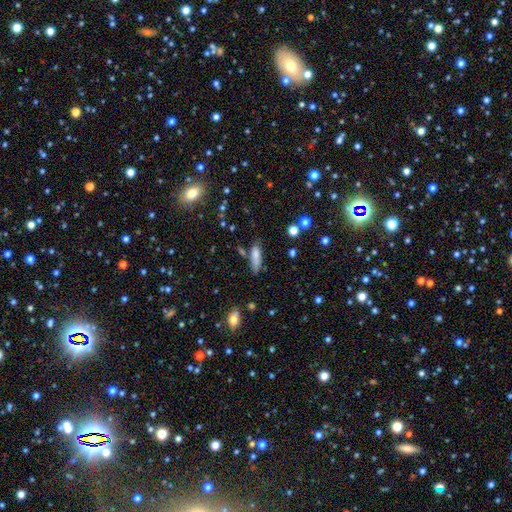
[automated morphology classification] A smooth galaxy with no disk features (79%) that is cigar-shaped (49%, tied with in between). Merging: none (59%).